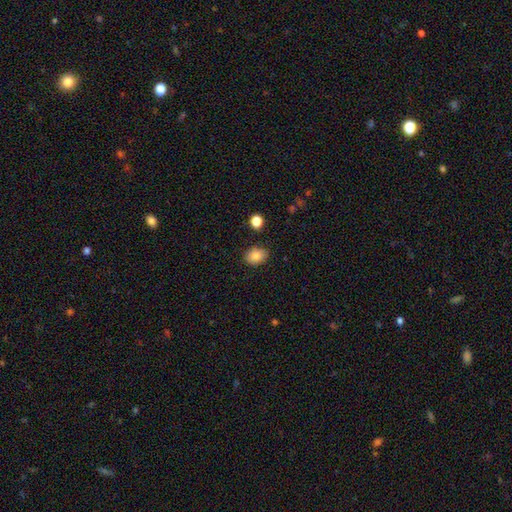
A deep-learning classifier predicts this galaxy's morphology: Smooth or featured? Predicted: smooth (p=0.82). How rounded? Predicted: in between (p=0.61). Merging? Predicted: none (p=0.85).